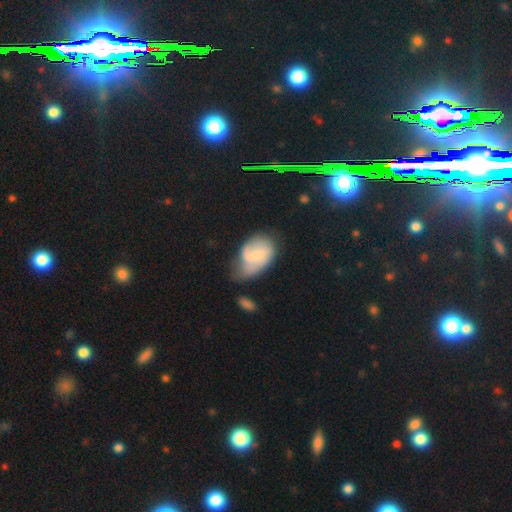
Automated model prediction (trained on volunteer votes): featured or disk 60%, smooth 34%, star or artifact 7%. Down the decision tree: edge-on disk — no (97%); bar — no (48%); spiral arms — yes (85%); bulge size — small (59%); merging — none (35%).